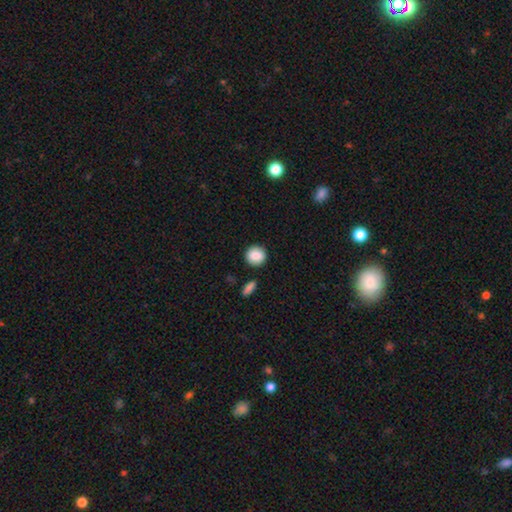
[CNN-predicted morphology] type=smooth (86%); roundness=round (88%); merging=none (87%).